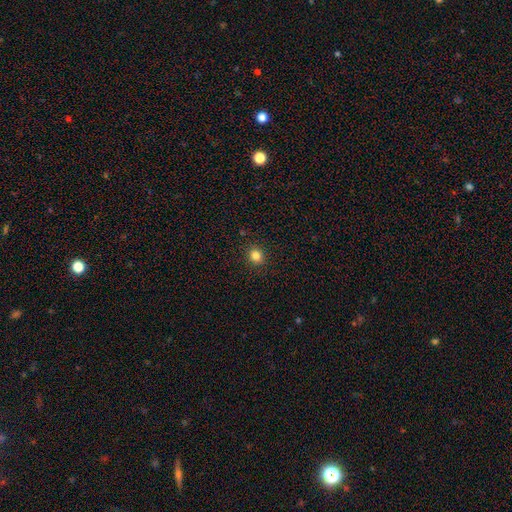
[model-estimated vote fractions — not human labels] Overall: smooth (82%). How rounded: round (78%). Merging: none (91%).